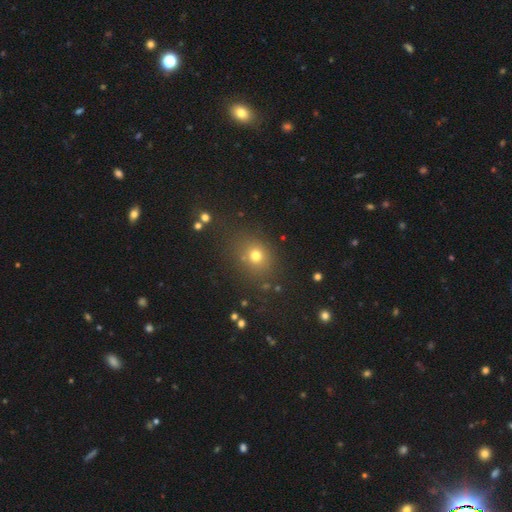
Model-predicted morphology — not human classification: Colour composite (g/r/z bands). It shows a smooth galaxy with no disk features (70%) that is round (67%). Merging: none (78%).